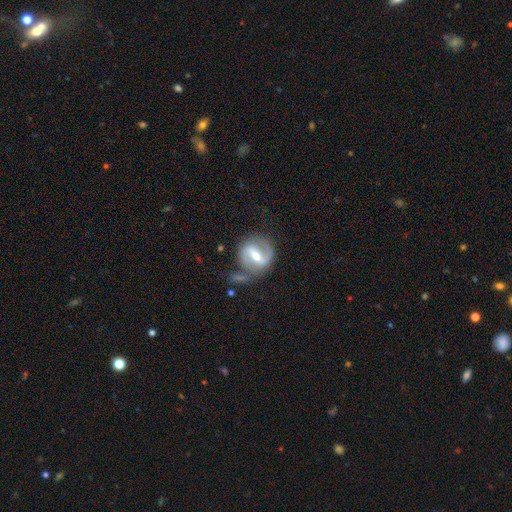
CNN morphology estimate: type=featured or disk (80%); edge-on=no (97%); bar=strong (48%); spiral arms=yes (86%); winding=medium (49%); arm count=2 (87%); bulge=moderate (71%); merging=none (71%).